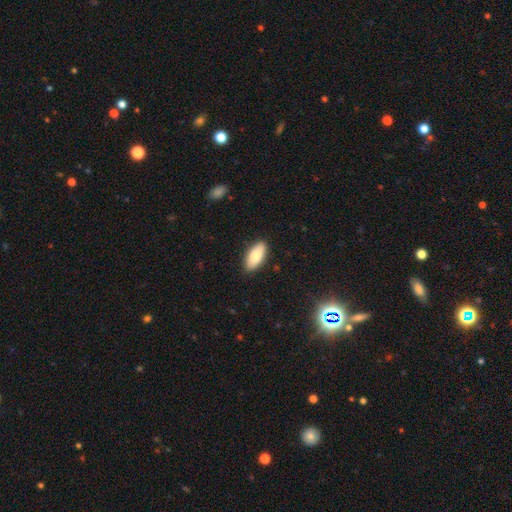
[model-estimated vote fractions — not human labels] Morphology: type=smooth (83%); roundness=in between (89%); merging=none (88%).